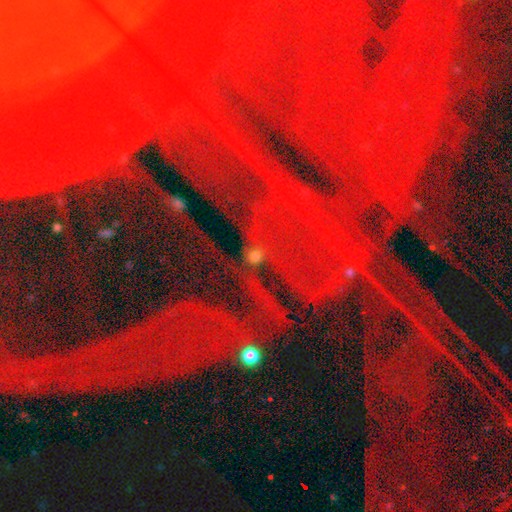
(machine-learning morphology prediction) Smooth or featured? star or artifact (88%)